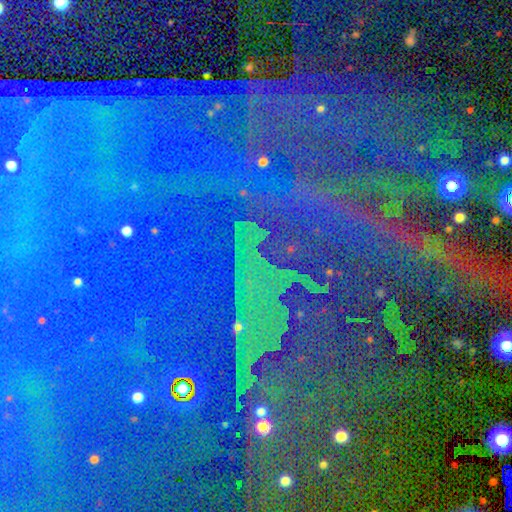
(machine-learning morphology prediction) Overall: star or artifact (88%).